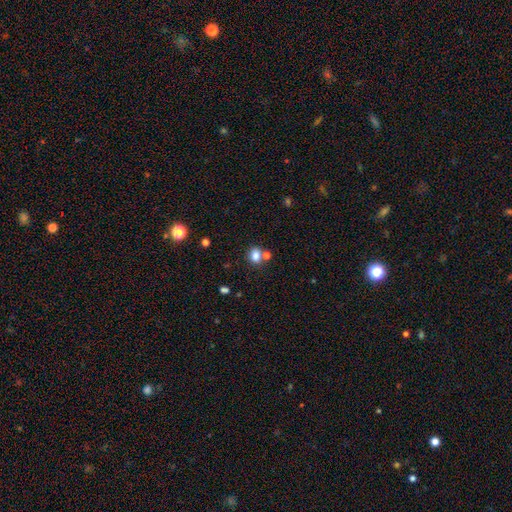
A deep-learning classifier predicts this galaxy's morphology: This appears to be a smooth galaxy with no disk features (81%) that is round (53%). Merging: none (62%).